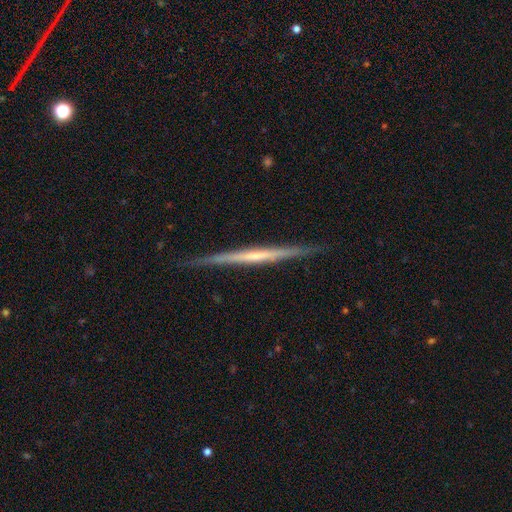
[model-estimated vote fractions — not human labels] The model was most divided on "smooth or featured": featured or disk: 72%, smooth: 22%, star or artifact: 5%. More confident: edge-on disk — yes (98%); merging — none (89%); edge-on bulge — none (73%).